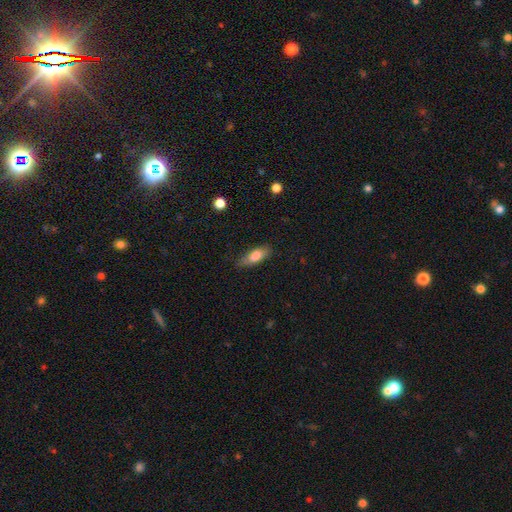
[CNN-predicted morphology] smooth_or_featured: smooth (p=0.77) [alt: featured or disk p=0.17]
how_rounded: in between (p=0.68) [alt: cigar-shaped p=0.29]
merging: none (p=0.75) [alt: minor disturbance p=0.19]